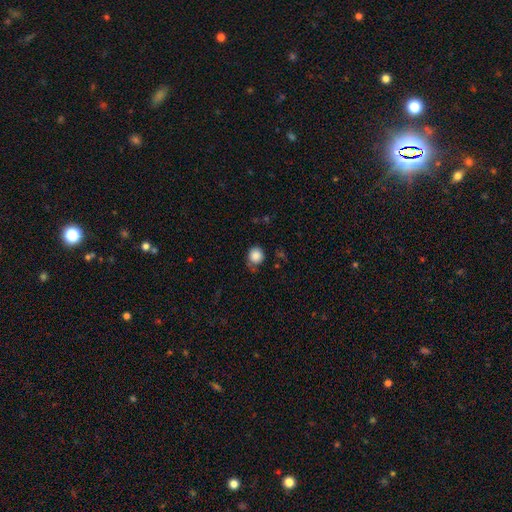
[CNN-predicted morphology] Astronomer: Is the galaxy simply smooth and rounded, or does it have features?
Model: smooth — 86%.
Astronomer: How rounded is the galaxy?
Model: round — 86%.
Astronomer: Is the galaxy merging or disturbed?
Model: none — 69%.